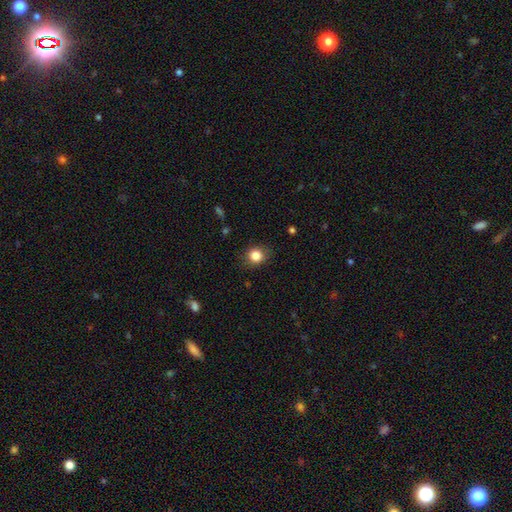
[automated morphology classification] The model was most divided on "how rounded": round: 77%, in between: 22%, cigar-shaped: 1%. More confident: smooth or featured — smooth (84%); merging — none (82%).